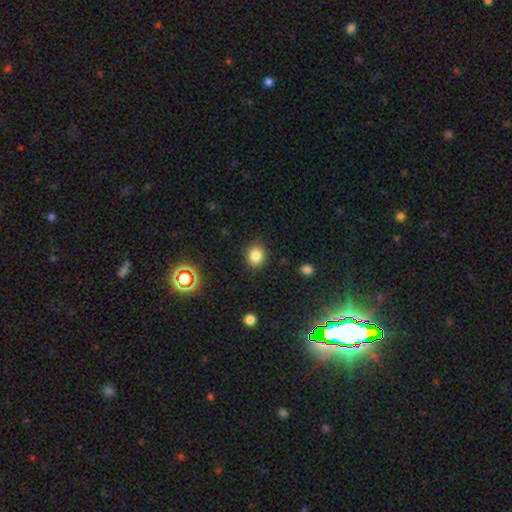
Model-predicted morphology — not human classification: Smooth or featured?
  - smooth: 83% *
  - star or artifact: 12%
  - featured or disk: 5%
How rounded?
  - round: 78% *
  - in between: 21%
  - cigar-shaped: 1%
Merging?
  - none: 88% *
  - minor disturbance: 8%
  - major disturbance: 3%
  - merger: 1%